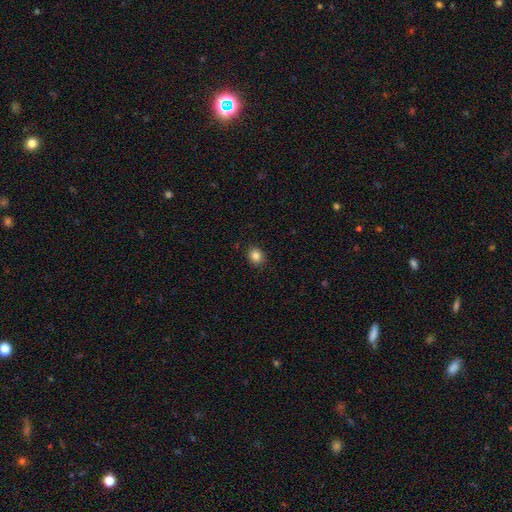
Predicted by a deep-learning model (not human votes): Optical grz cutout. It shows a smooth galaxy with no disk features (85%) that is round (64%). Merging: none (89%).